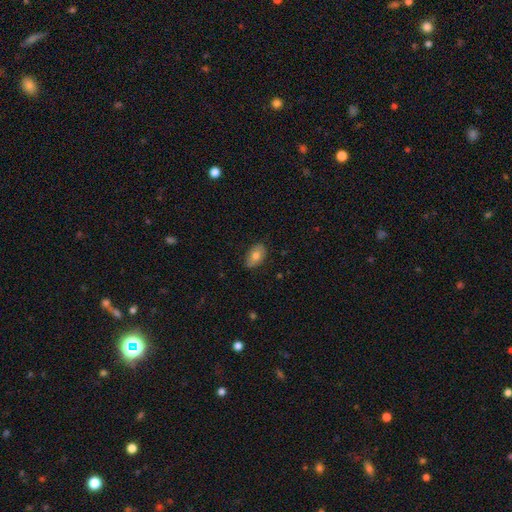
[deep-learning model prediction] Overall: smooth (74%). How rounded: in between (91%). Merging: none (82%).